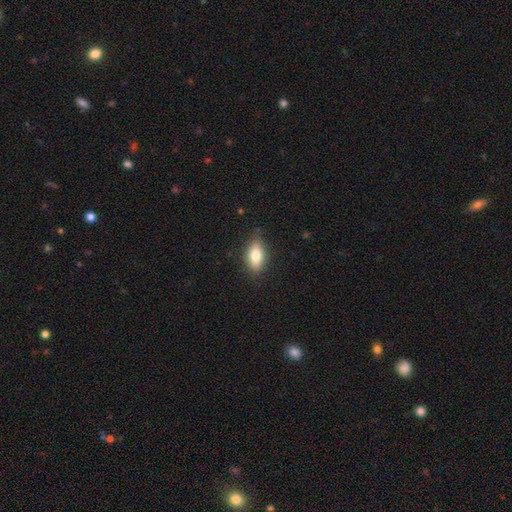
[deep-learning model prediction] The model was most divided on "smooth or featured": smooth: 75%, featured or disk: 18%, star or artifact: 7%. More confident: how rounded — in between (83%); merging — none (82%).